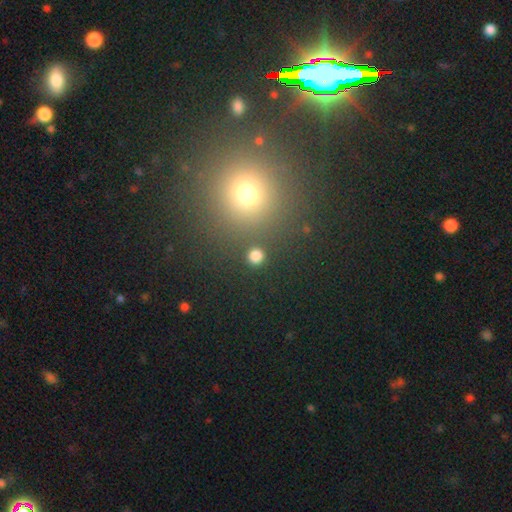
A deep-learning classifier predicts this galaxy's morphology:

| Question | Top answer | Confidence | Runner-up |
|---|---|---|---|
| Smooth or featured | smooth | 81% | star or artifact (15%) |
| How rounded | round | 92% | in between (7%) |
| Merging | none | 89% | minor disturbance (5%) |